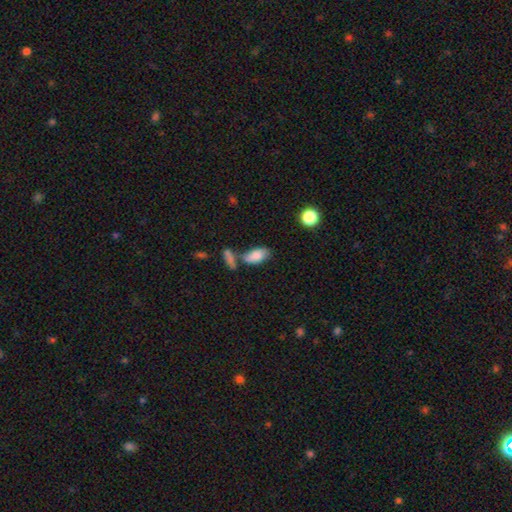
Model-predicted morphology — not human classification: This is clearly a smooth galaxy (83%). How rounded: clearly in between (92%). Merging: possibly none (48%).